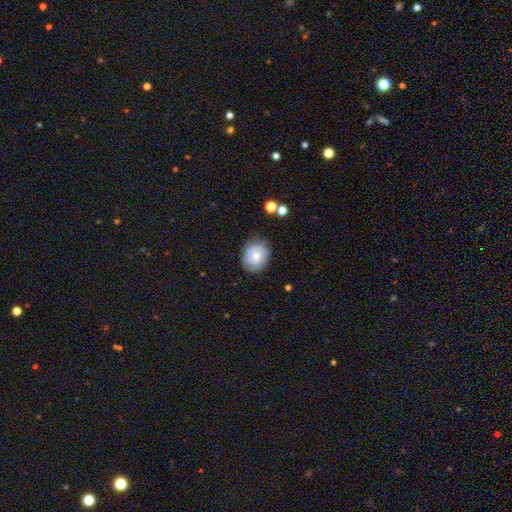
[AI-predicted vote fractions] Smooth or featured? smooth (66%)
How rounded? round (72%)
Merging? none (80%)